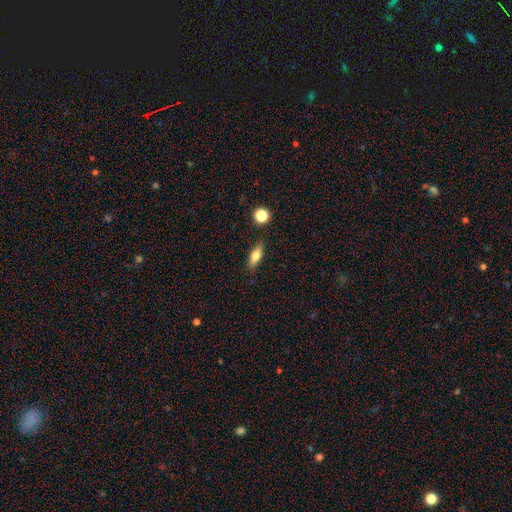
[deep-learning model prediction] smooth 73%, featured or disk 19%, star or artifact 8%. Down the decision tree: how rounded — in between (66%); merging — none (84%).